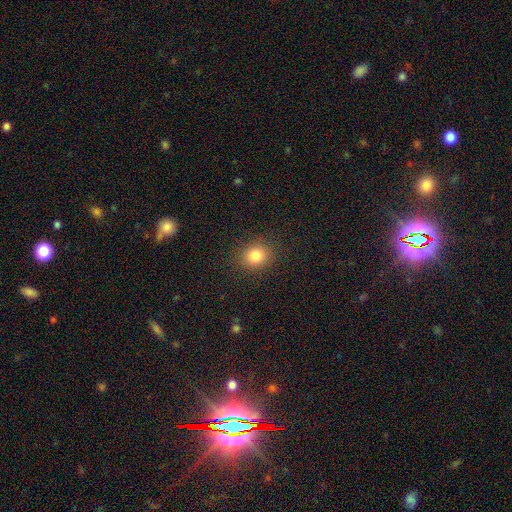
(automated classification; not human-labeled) This is clearly a smooth galaxy (82%). How rounded: likely round (71%). Merging: clearly none (89%).